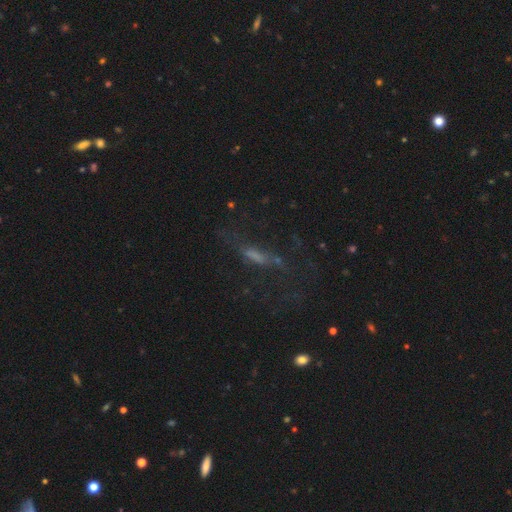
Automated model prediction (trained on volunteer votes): This appears to be a featured or disk galaxy (38%). Merging: none (48%).